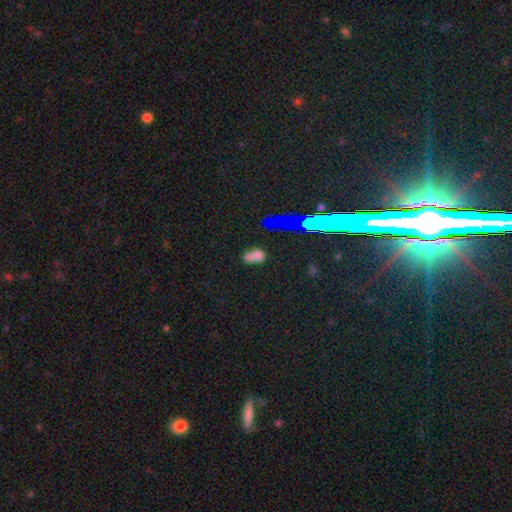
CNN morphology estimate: Smooth or featured? Predicted: smooth (p=0.61). How rounded? Predicted: in between (p=0.81). Merging? Predicted: none (p=0.54).